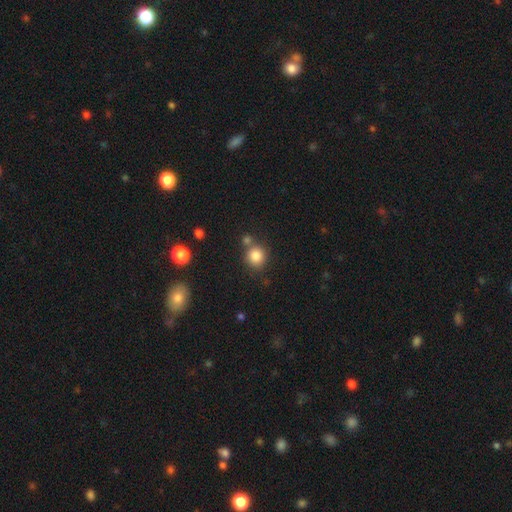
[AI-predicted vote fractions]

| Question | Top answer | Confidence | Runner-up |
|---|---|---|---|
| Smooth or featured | smooth | 83% | star or artifact (11%) |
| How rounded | round | 89% | in between (10%) |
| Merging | none | 70% | merger (17%) |